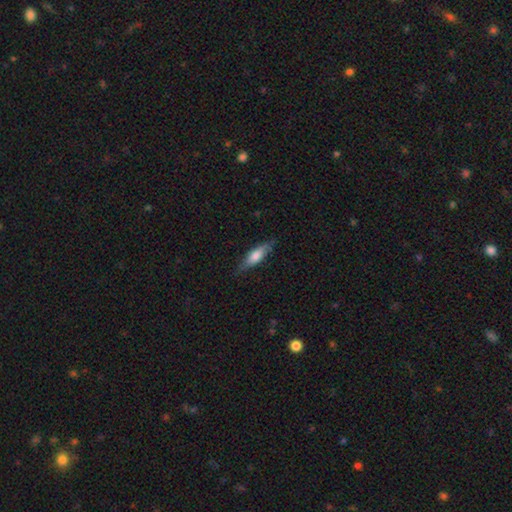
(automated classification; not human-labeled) smooth_or_featured: smooth (p=0.60) [alt: featured or disk p=0.34]
how_rounded: cigar-shaped (p=0.60) [alt: in between p=0.38]
merging: none (p=0.78) [alt: minor disturbance p=0.17]